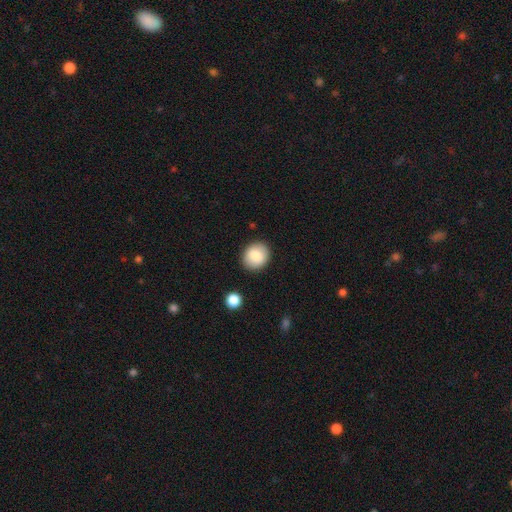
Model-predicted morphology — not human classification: Smooth or featured: smooth — 84% (featured or disk — 9%)
How rounded: round — 67% (in between — 32%)
Merging: none — 88% (minor disturbance — 8%)